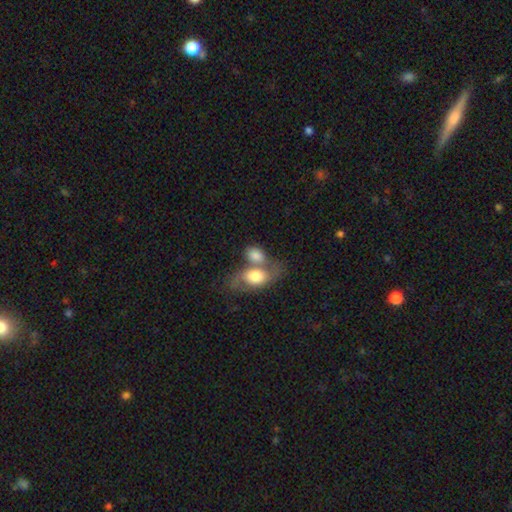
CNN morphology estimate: The model was most divided on "merging": merger: 61%, none: 23%, minor disturbance: 10%, major disturbance: 6%. More confident: how rounded — in between (80%); smooth or featured — smooth (72%).